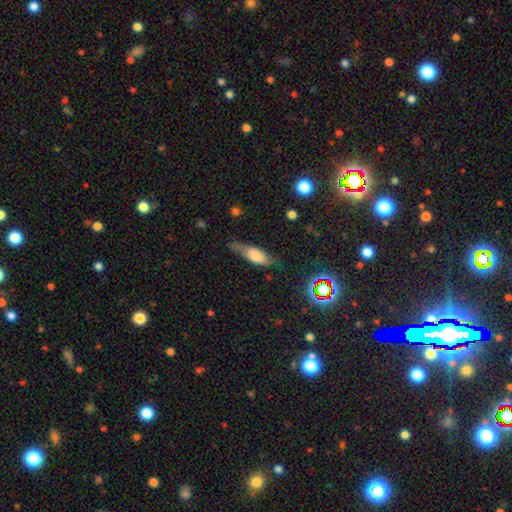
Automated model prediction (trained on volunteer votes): Q: Smooth or featured?
A: smooth (63%); runner-up: featured or disk (29%)
Q: How rounded?
A: in between (67%); runner-up: cigar-shaped (29%)
Q: Merging?
A: none (52%); runner-up: minor disturbance (33%)